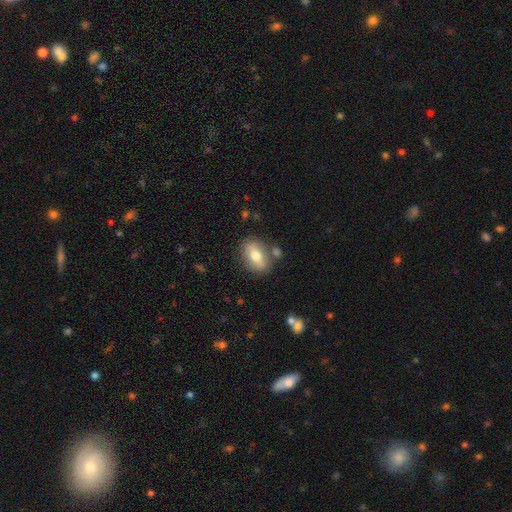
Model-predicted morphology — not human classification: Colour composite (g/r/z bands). It shows a smooth galaxy with no disk features (66%) that is in between round and cigar-shaped (82%). Merging: none (78%).